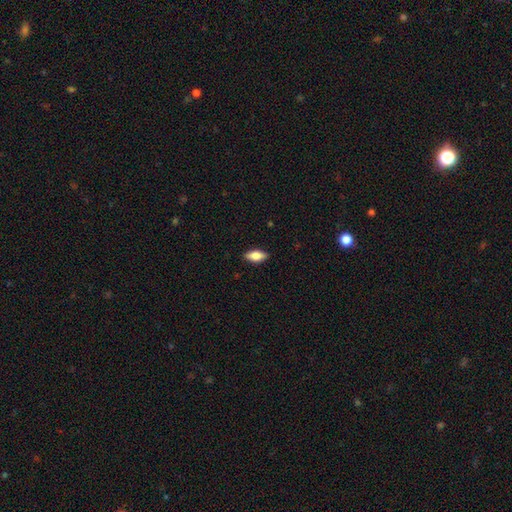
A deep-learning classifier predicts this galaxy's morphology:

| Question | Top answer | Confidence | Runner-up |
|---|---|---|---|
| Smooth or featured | smooth | 71% | featured or disk (22%) |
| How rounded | in between | 83% | cigar-shaped (14%) |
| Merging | none | 88% | minor disturbance (9%) |